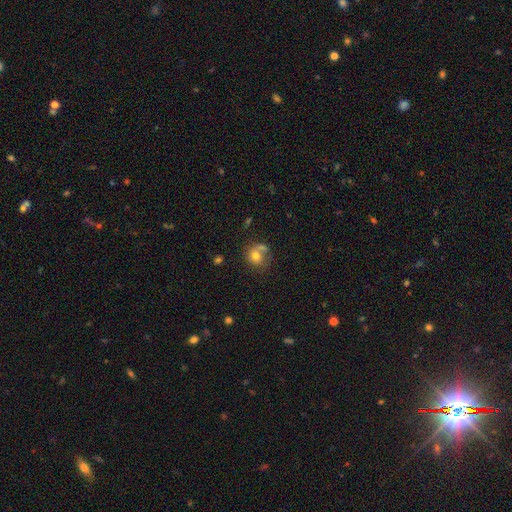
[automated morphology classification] Smooth or featured? smooth (72%)
How rounded? round (68%)
Merging? none (42%)